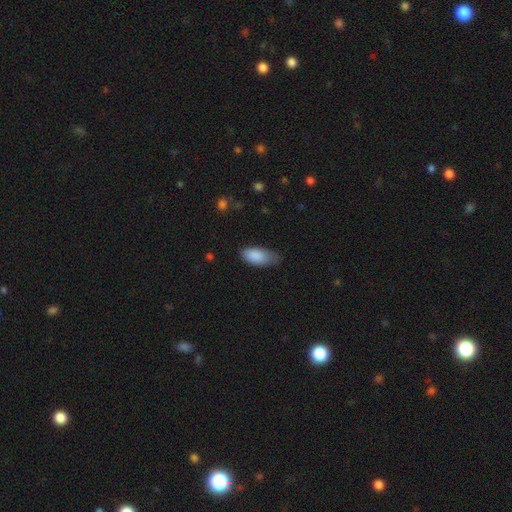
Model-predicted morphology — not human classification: type=smooth (88%); roundness=in between (89%); merging=none (59%).